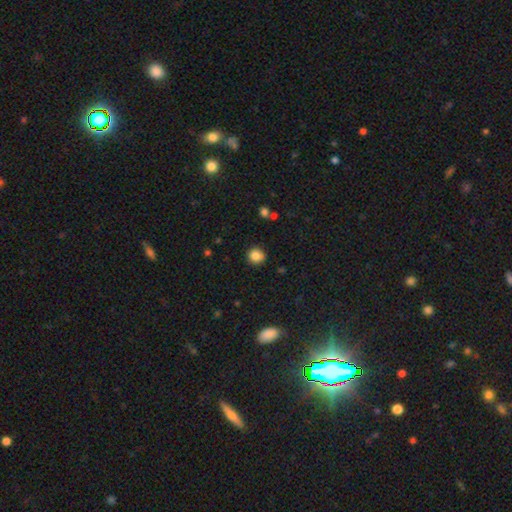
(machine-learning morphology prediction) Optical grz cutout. It shows a smooth galaxy with no disk features (84%) that is round (90%). Merging: none (89%).